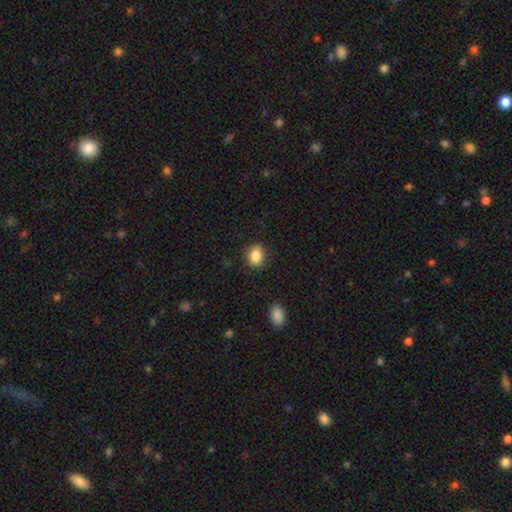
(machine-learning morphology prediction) A smooth galaxy with no disk features (86%) that is in between round and cigar-shaped (54%). Merging: none (86%).